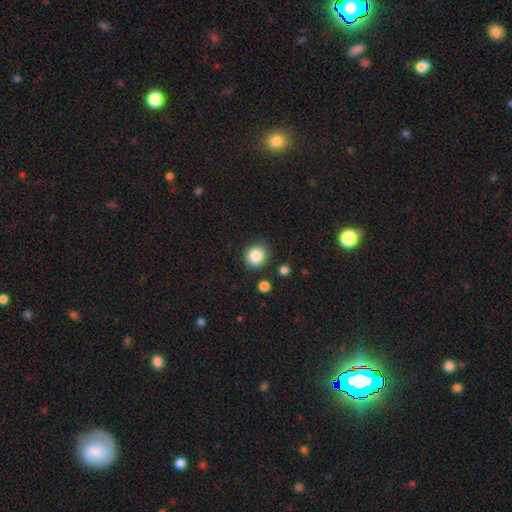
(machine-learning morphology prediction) A smooth galaxy with no disk features (87%) that is round (88%). Merging: none (84%).